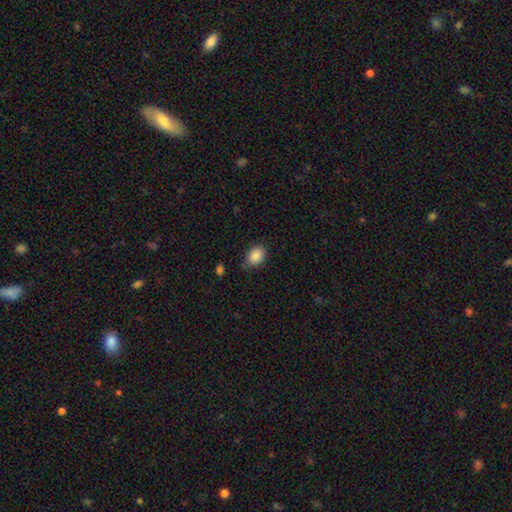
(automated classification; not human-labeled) Q: Smooth or featured?
A: smooth (89%); runner-up: star or artifact (8%)
Q: How rounded?
A: in between (75%); runner-up: round (24%)
Q: Merging?
A: none (82%); runner-up: minor disturbance (14%)